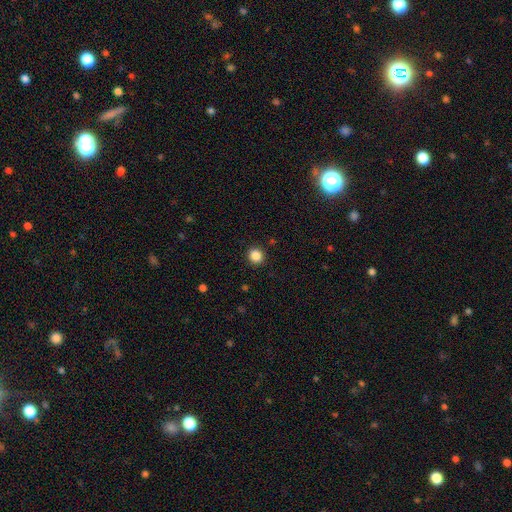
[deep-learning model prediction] The model was most divided on "smooth or featured": smooth: 85%, star or artifact: 11%, featured or disk: 4%. More confident: merging — none (91%); how rounded — round (90%).